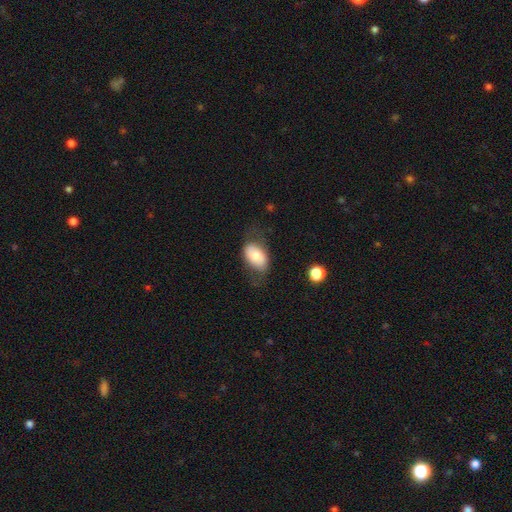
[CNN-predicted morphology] A smooth galaxy with no disk features (68%) that is in between round and cigar-shaped (90%).

Vote fractions:
- Smooth or featured? smooth: 68% / featured or disk: 25% / star or artifact: 7%
- How rounded? in between: 90% / round: 8% / cigar-shaped: 2%
- Merging? none: 62% / minor disturbance: 24% / major disturbance: 13% / merger: 2%